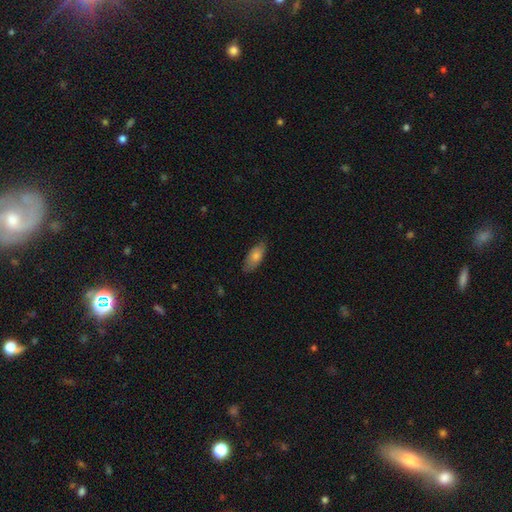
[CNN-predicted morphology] This is likely a smooth galaxy (75%). How rounded: clearly in between (83%). Merging: likely none (78%).